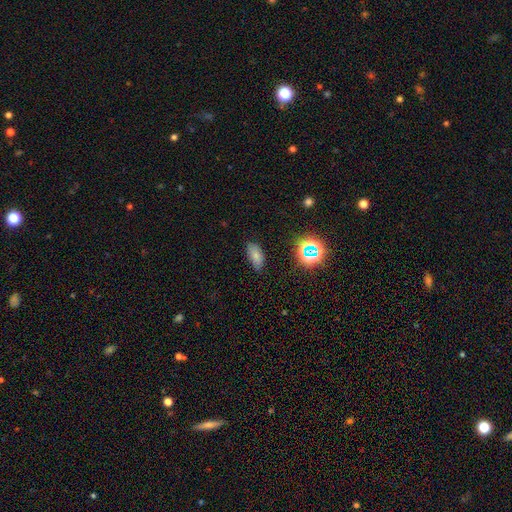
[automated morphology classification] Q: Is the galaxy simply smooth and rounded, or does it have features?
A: smooth — 72%.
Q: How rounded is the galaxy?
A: in between — 90%.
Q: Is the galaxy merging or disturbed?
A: none — 74%.